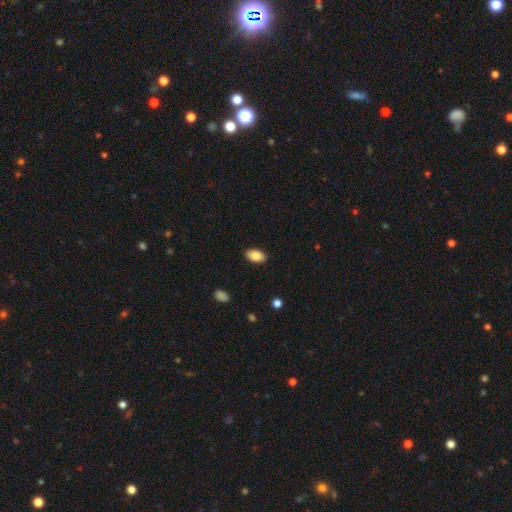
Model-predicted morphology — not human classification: Q: Smooth or featured?
A: smooth (86%); runner-up: featured or disk (7%)
Q: How rounded?
A: in between (93%); runner-up: round (5%)
Q: Merging?
A: none (89%); runner-up: minor disturbance (8%)